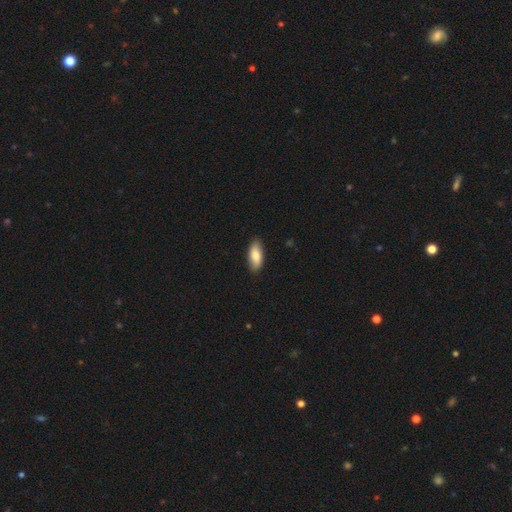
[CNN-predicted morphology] A smooth galaxy with no disk features (81%) that is in between round and cigar-shaped (83%). Merging: none (87%).